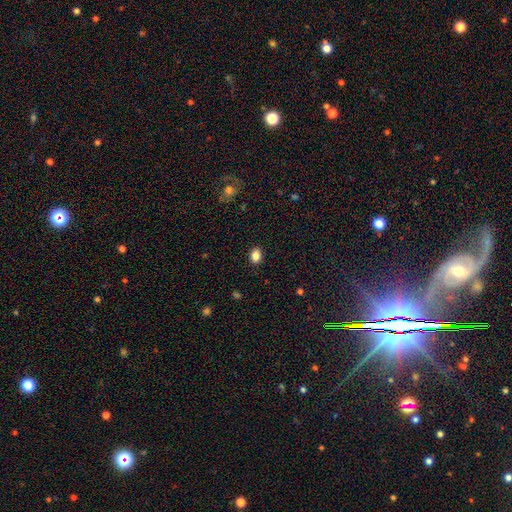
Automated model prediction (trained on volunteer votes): This appears to be a smooth galaxy with no disk features (86%) that is in between round and cigar-shaped (73%). Merging: none (89%).